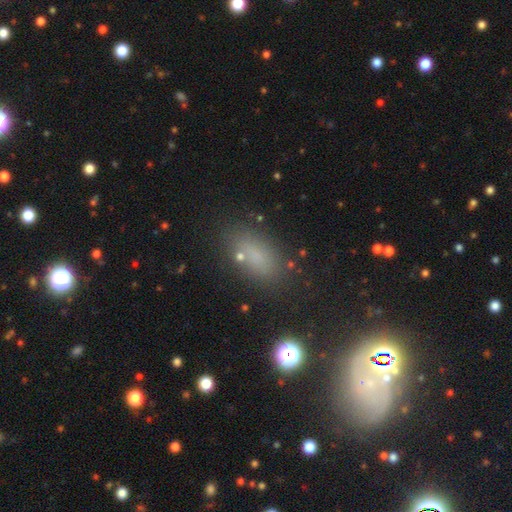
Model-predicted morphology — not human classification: This appears to be a smooth galaxy with no disk features (68%) that is in between round and cigar-shaped (84%). Merging: none (75%).